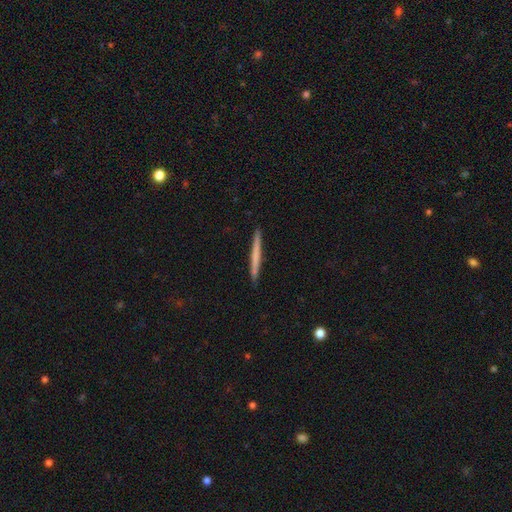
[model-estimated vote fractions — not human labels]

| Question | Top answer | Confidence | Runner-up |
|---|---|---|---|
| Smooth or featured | smooth | 57% | featured or disk (38%) |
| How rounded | cigar-shaped | 97% | in between (2%) |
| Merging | none | 92% | minor disturbance (6%) |